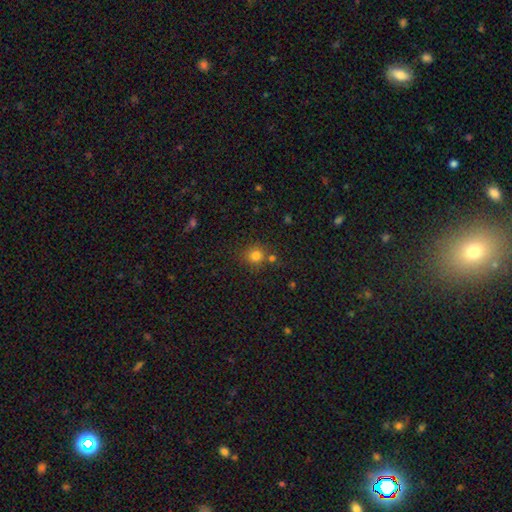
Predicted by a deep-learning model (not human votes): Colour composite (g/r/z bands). It shows a smooth galaxy with no disk features (78%) that is round (90%). Merging: none (74%).